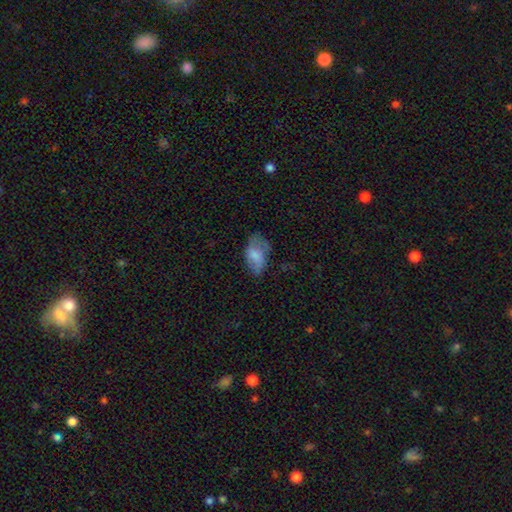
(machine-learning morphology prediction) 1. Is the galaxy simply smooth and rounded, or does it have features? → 70% smooth, 22% featured or disk, 8% star or artifact.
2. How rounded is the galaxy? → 92% in between, 6% round, 2% cigar-shaped.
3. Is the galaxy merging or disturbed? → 47% none, 32% minor disturbance, 19% major disturbance, 2% merger.